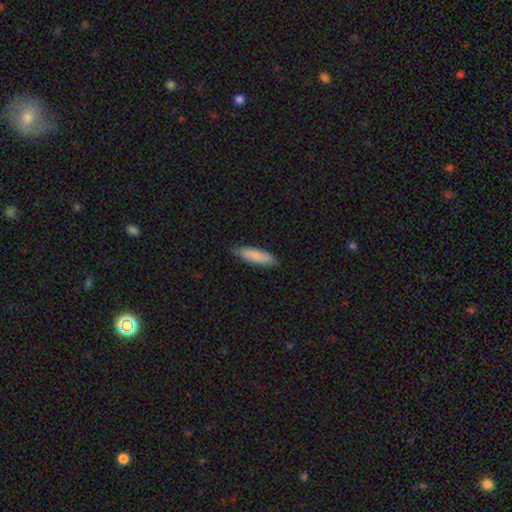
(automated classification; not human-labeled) Morphology: type=smooth (82%); roundness=cigar-shaped (60%); merging=none (79%).